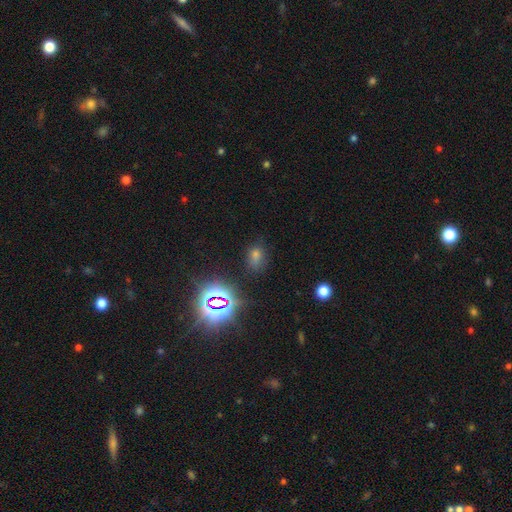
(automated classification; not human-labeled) A smooth galaxy with no disk features (46%). Merging: none (78%).